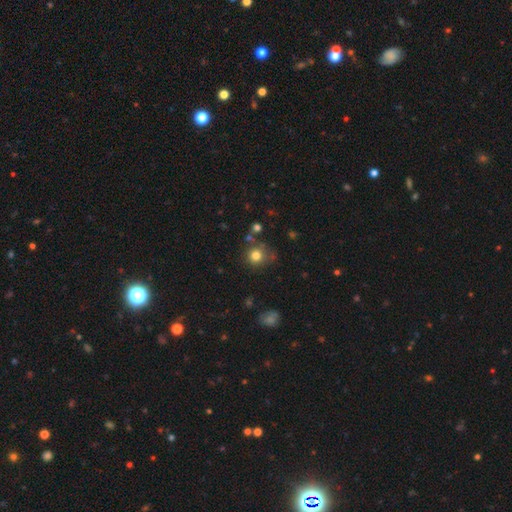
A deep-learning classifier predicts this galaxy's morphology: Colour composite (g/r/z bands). It shows a smooth galaxy with no disk features (80%) that is round (89%). Merging: none (68%).